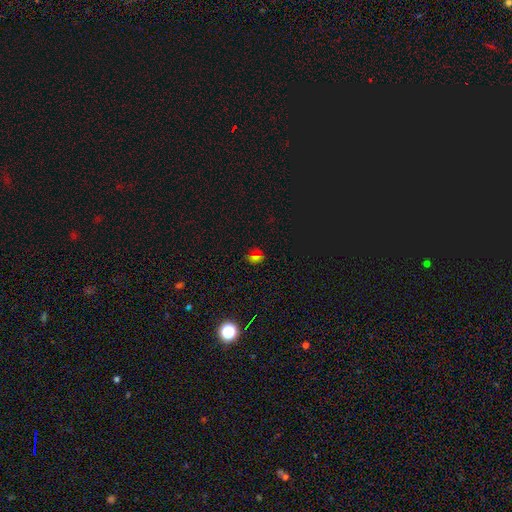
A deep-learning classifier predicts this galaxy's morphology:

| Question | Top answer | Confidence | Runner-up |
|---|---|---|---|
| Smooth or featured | smooth | 53% | star or artifact (38%) |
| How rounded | round | 49% | in between (48%) |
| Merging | none | 80% | minor disturbance (14%) |